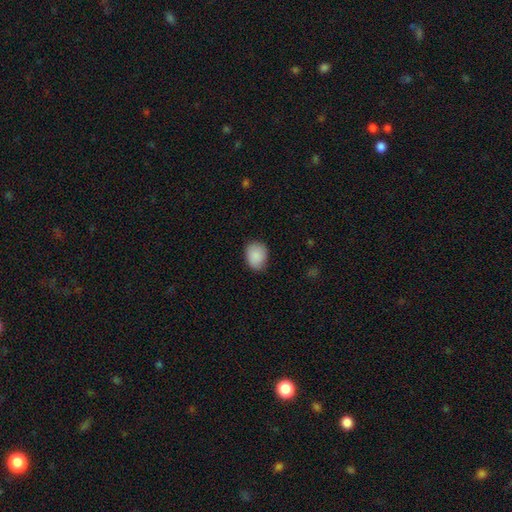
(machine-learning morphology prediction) Smooth or featured? smooth (89%)
How rounded? in between (54%)
Merging? none (77%)